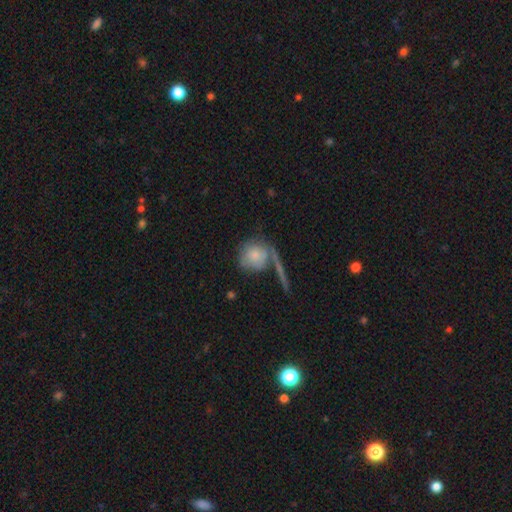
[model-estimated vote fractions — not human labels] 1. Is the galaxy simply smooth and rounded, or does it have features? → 71% smooth, 21% featured or disk, 8% star or artifact.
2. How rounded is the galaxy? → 81% round, 16% in between, 2% cigar-shaped.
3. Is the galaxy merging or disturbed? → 47% none, 24% merger, 17% minor disturbance, 12% major disturbance.